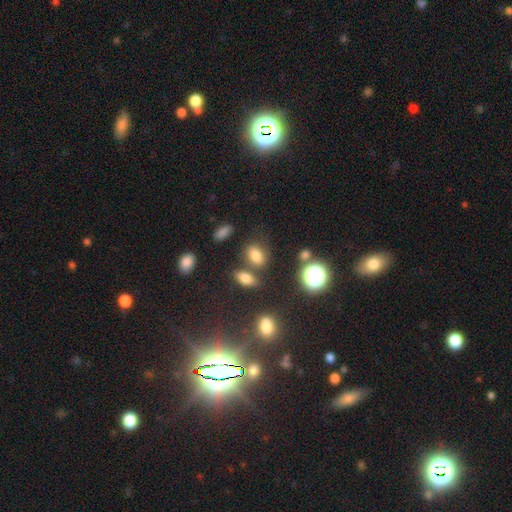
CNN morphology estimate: smooth-or-featured: smooth: 74% | star or artifact: 17% | featured or disk: 9%
  how-rounded: in between: 75% | round: 23% | cigar-shaped: 3%
  merging: none: 68% | merger: 14% | minor disturbance: 13% | major disturbance: 5%